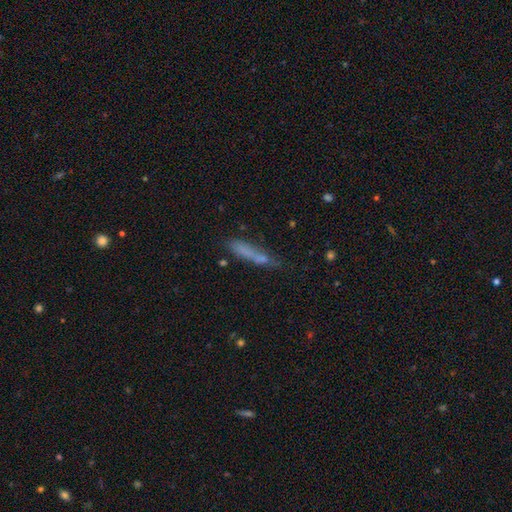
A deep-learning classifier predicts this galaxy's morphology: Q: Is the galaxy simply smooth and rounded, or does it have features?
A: smooth — 64%.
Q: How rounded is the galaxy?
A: cigar-shaped — 87%.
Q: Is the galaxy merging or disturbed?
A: none — 61%.